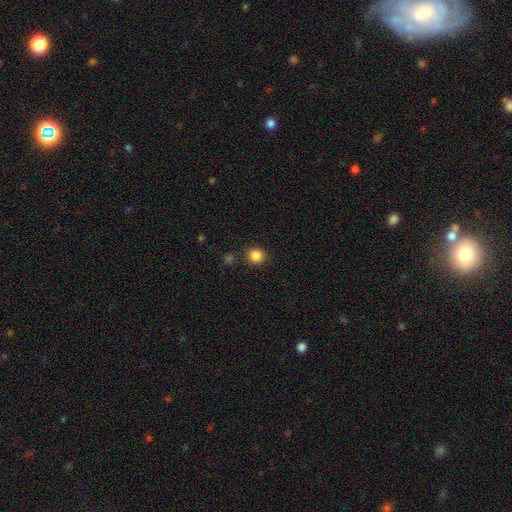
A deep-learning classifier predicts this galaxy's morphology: Smooth or featured? Predicted: smooth (p=0.86). How rounded? Predicted: round (p=0.89). Merging? Predicted: none (p=0.86).